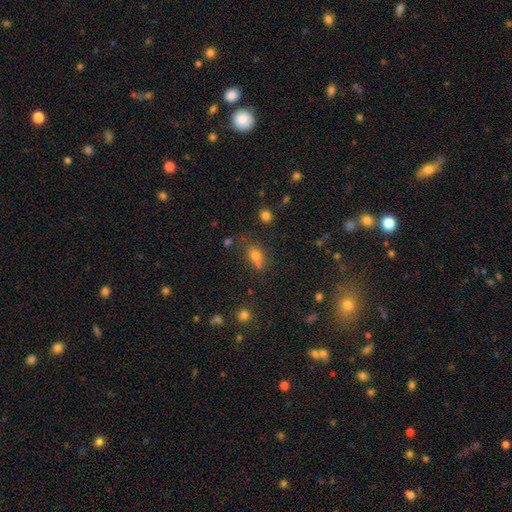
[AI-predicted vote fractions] smooth_or_featured: smooth (p=0.72) [alt: star or artifact p=0.16]
how_rounded: in between (p=0.57) [alt: round p=0.40]
merging: none (p=0.47) [alt: merger p=0.28]